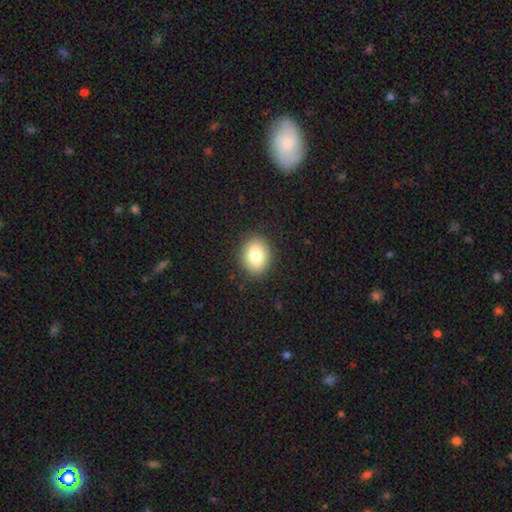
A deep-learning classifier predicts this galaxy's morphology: Q: Smooth or featured?
A: smooth (80%); runner-up: featured or disk (11%)
Q: How rounded?
A: in between (50%); runner-up: round (49%)
Q: Merging?
A: none (89%); runner-up: minor disturbance (8%)